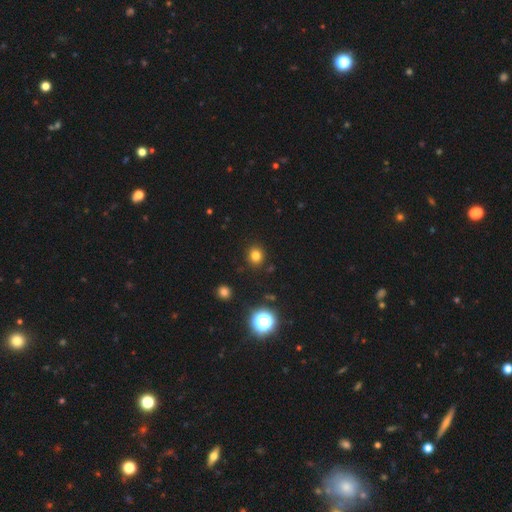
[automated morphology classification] Smooth or featured: smooth — 78% (star or artifact — 16%)
How rounded: round — 80% (in between — 19%)
Merging: none — 90% (minor disturbance — 6%)